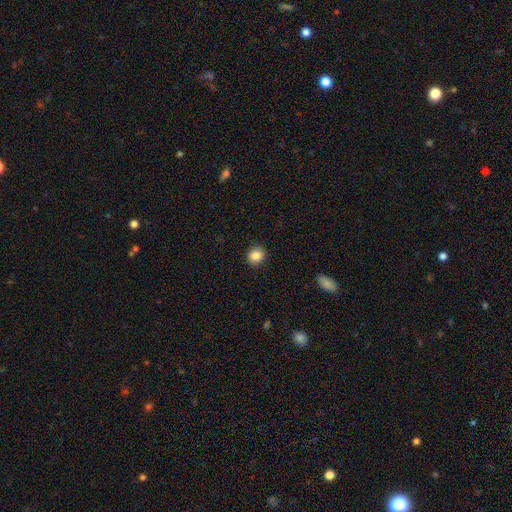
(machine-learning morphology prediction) Smooth or featured: smooth — 85% (star or artifact — 9%)
How rounded: round — 80% (in between — 20%)
Merging: none — 88% (minor disturbance — 8%)